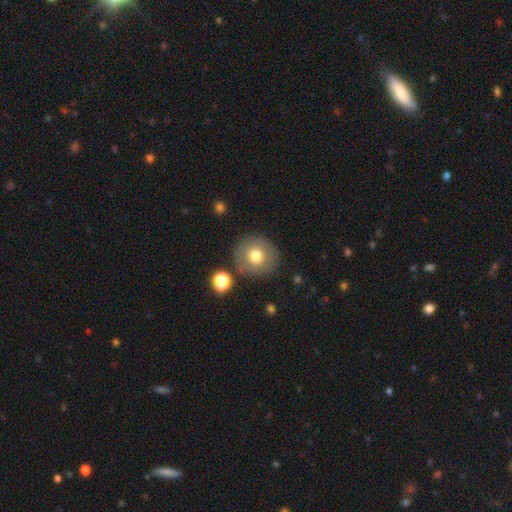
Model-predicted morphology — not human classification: This is likely a smooth galaxy (73%). How rounded: clearly round (90%). Merging: clearly none (83%).